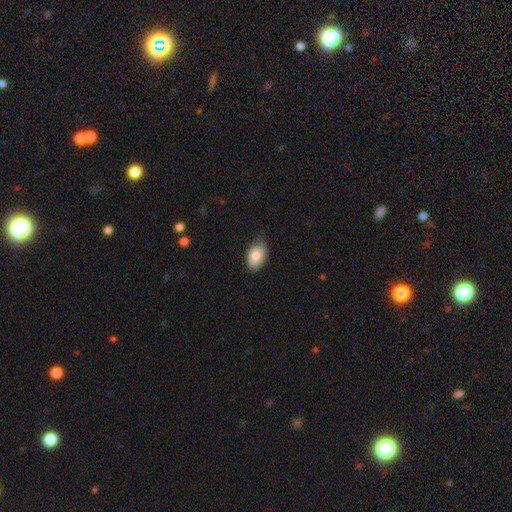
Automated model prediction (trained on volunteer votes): Morphology: type=smooth (83%); roundness=in between (91%); merging=none (65%).